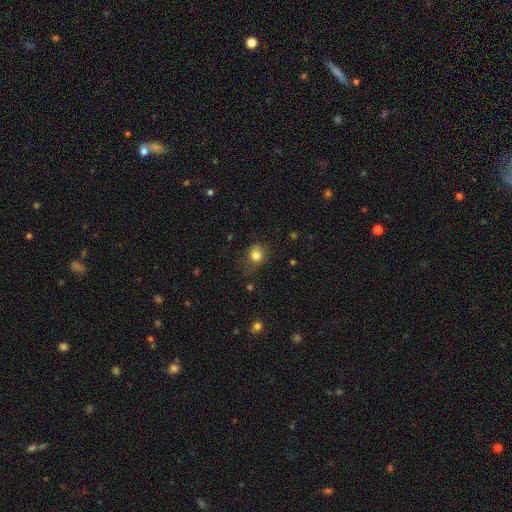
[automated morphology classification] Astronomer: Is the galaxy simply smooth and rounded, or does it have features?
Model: smooth — 81%.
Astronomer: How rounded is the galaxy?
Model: round — 72%.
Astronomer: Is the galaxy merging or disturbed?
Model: none — 69%.